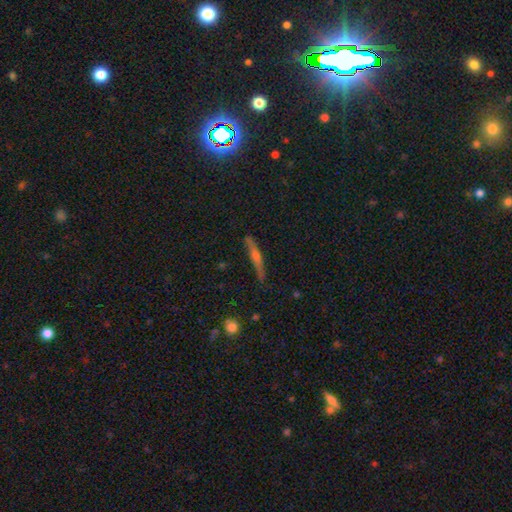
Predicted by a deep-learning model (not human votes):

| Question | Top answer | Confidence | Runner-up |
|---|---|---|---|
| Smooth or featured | featured or disk | 60% | smooth (31%) |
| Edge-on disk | yes | 96% | no (4%) |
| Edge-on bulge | rounded | 74% | none (19%) |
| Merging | none | 83% | minor disturbance (12%) |